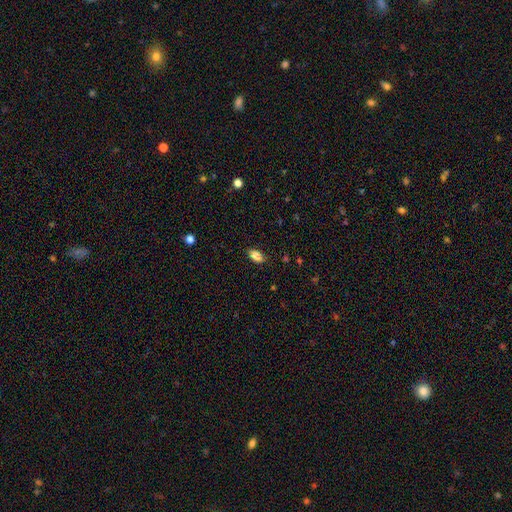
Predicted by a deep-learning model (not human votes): A smooth galaxy with no disk features (87%) that is in between round and cigar-shaped (91%).

Vote fractions:
- Smooth or featured? smooth: 87% / star or artifact: 8% / featured or disk: 5%
- How rounded? in between: 91% / round: 6% / cigar-shaped: 3%
- Merging? none: 86% / minor disturbance: 10% / major disturbance: 2% / merger: 1%